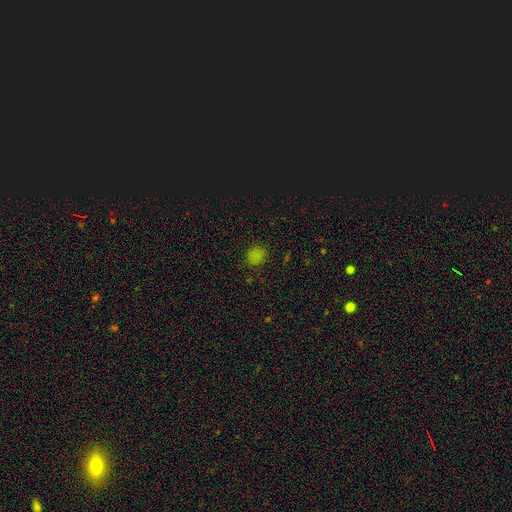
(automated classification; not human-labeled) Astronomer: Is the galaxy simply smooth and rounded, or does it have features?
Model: smooth — 75%.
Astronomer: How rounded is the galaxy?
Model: round — 74%.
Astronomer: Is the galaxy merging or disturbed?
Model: none — 82%.